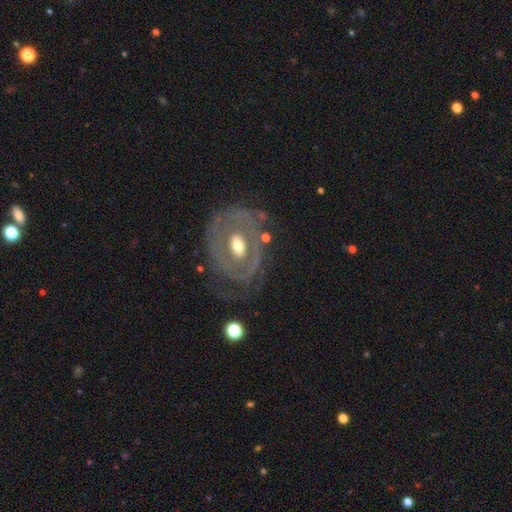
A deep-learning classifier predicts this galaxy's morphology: featured or disk 77%, smooth 13%, star or artifact 10%. Down the decision tree: edge-on disk — no (96%); bar — no (51%); spiral arms — yes (69%); spiral arm count — 2 (51%); spiral winding — tight (60%); bulge size — moderate (59%); merging — none (76%).